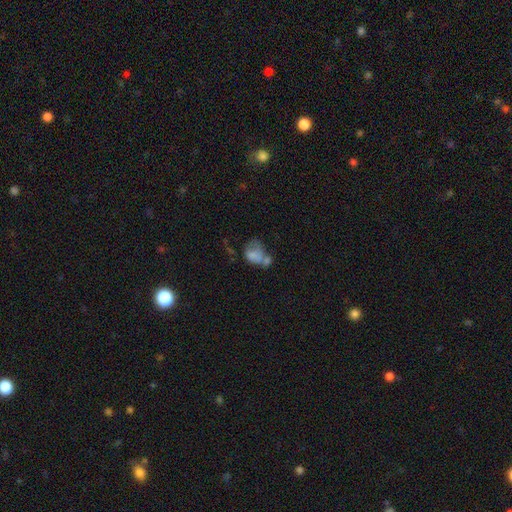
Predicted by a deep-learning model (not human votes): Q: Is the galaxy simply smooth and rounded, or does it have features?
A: smooth — 63%.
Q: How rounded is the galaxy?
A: in between — 68%.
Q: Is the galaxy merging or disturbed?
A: merger — 47%.